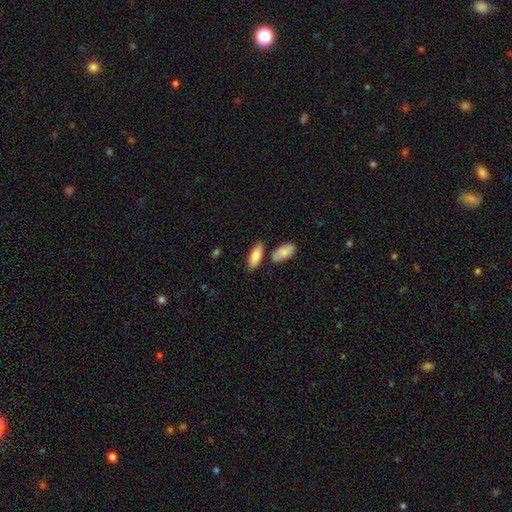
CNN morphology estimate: A smooth galaxy with no disk features (83%) that is in between round and cigar-shaped (80%).

Vote fractions:
- Smooth or featured? smooth: 83% / featured or disk: 11% / star or artifact: 6%
- How rounded? in between: 80% / cigar-shaped: 18% / round: 2%
- Merging? none: 71% / minor disturbance: 14% / merger: 12% / major disturbance: 3%